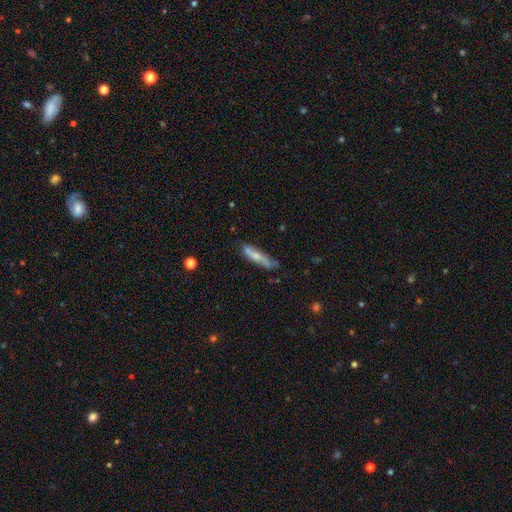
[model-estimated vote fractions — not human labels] smooth-or-featured: featured or disk: 50% | smooth: 44% | star or artifact: 6%
  merging: none: 63% | minor disturbance: 24% | merger: 7% | major disturbance: 6%